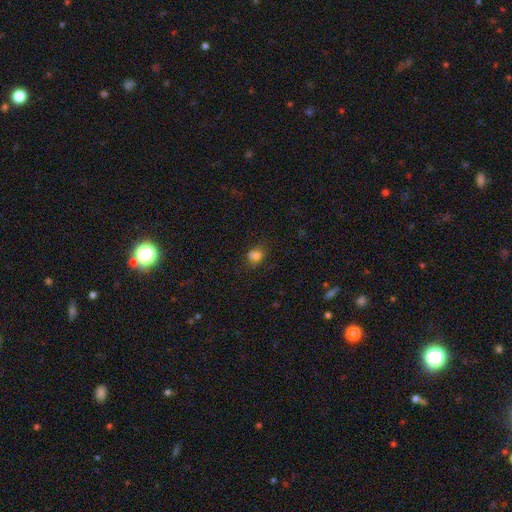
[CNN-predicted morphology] Overall: smooth (76%). How rounded: round (64%; in between 35%). Merging: none (57%; minor disturbance 20%).